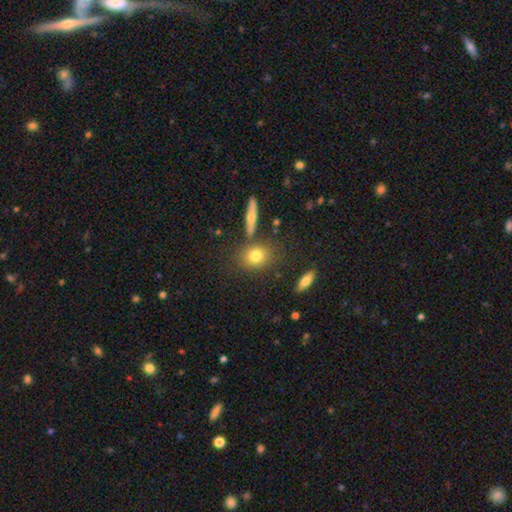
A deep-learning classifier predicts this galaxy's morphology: The model was most divided on "how rounded": round: 53%, in between: 43%, cigar-shaped: 4%. More confident: smooth or featured — smooth (76%); merging — none (74%).